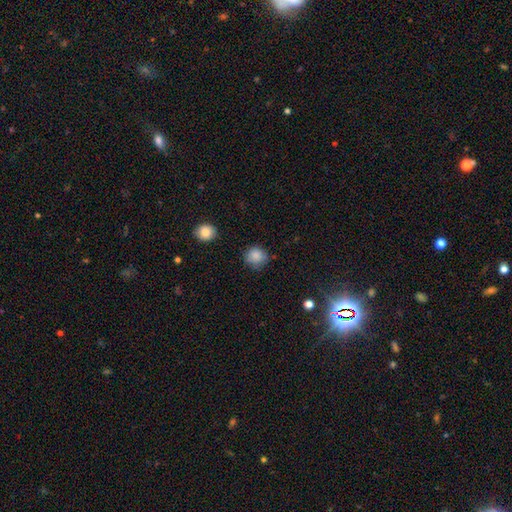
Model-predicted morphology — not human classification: Smooth or featured? Predicted: smooth (p=0.86). How rounded? Predicted: round (p=0.90). Merging? Predicted: none (p=0.76).